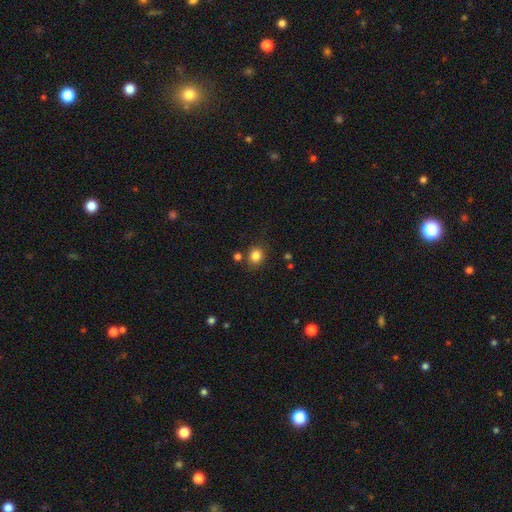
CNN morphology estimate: This appears to be a smooth galaxy with no disk features (83%) that is round (73%). Merging: none (80%).